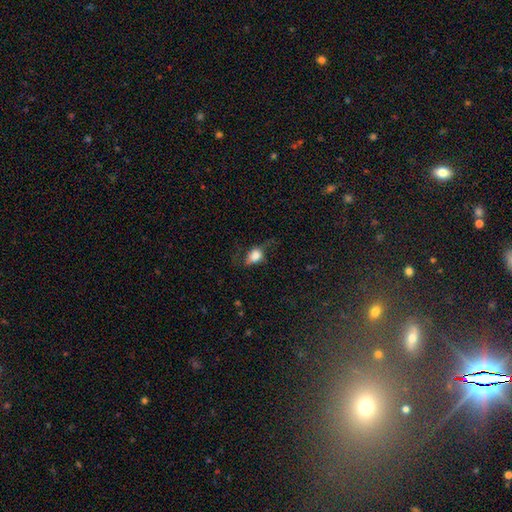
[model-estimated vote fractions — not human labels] Smooth or featured? smooth (69%)
How rounded? in between (69%)
Merging? none (44%)